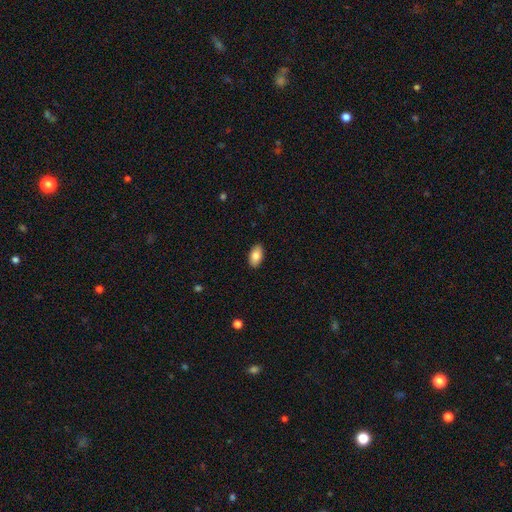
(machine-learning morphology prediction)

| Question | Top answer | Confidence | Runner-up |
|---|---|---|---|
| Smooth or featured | smooth | 84% | featured or disk (9%) |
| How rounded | in between | 94% | round (4%) |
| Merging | none | 89% | minor disturbance (8%) |